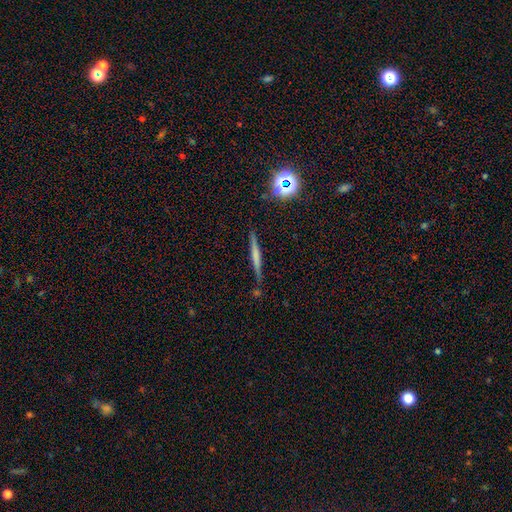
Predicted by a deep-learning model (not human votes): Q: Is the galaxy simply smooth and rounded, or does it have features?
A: smooth — 48%.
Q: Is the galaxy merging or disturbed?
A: none — 84%.